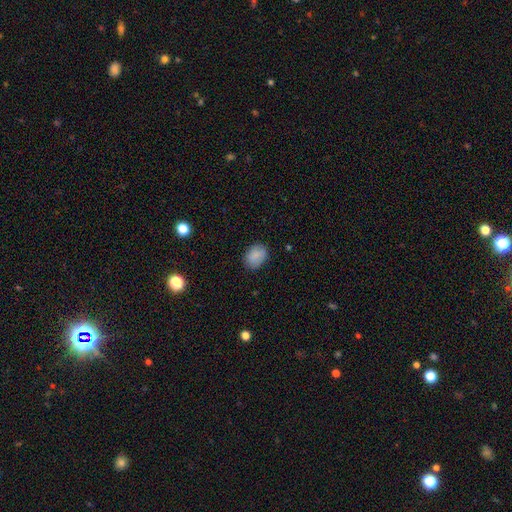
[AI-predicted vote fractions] Smooth or featured? Predicted: smooth (p=0.84). How rounded? Predicted: in between (p=0.74). Merging? Predicted: none (p=0.82).